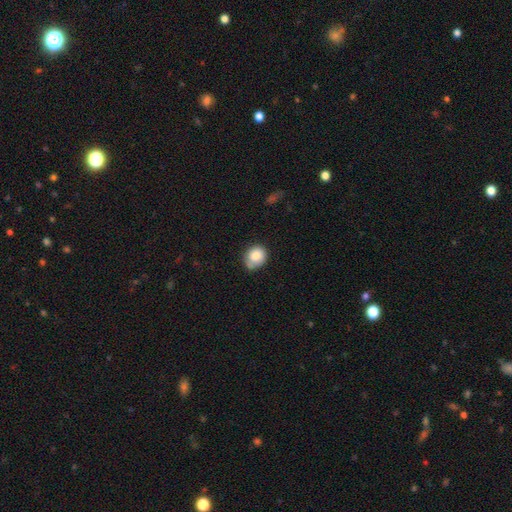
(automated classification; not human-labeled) A smooth galaxy with no disk features (82%) that is round (69%).

Vote fractions:
- Smooth or featured? smooth: 82% / featured or disk: 10% / star or artifact: 8%
- How rounded? round: 69% / in between: 30% / cigar-shaped: 1%
- Merging? none: 57% / minor disturbance: 30% / major disturbance: 6% / merger: 6%